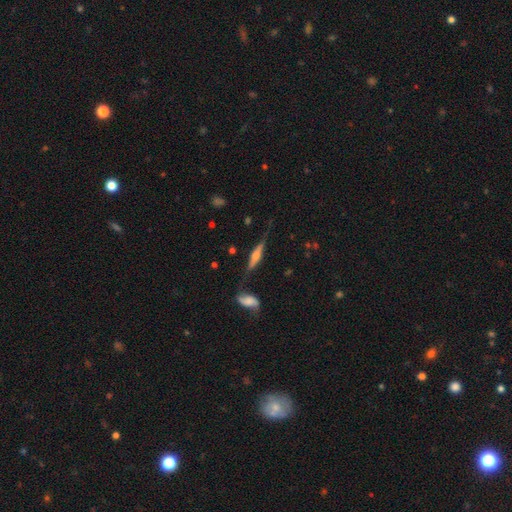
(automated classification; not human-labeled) A featured or disk galaxy (70%) viewed edge-on (92%) with a rounded central bulge (79%).

Vote fractions:
- Smooth or featured? featured or disk: 70% / smooth: 23% / star or artifact: 7%
- Edge-on disk? yes: 92% / no: 8%
- Edge-on bulge? rounded: 79% / boxy: 13% / none: 7%
- Merging? none: 69% / minor disturbance: 19% / major disturbance: 7% / merger: 5%